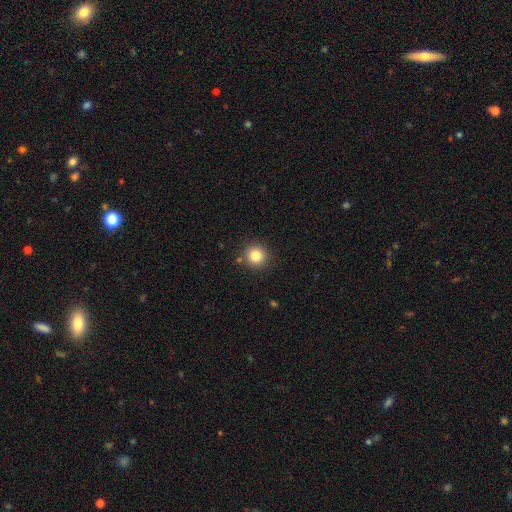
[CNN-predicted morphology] Smooth or featured? smooth (83%)
How rounded? round (94%)
Merging? none (87%)